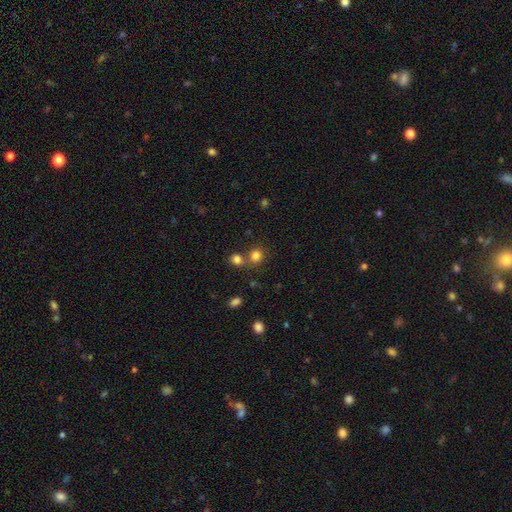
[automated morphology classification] smooth-or-featured: smooth: 81% | star or artifact: 14% | featured or disk: 6%
  how-rounded: round: 79% | in between: 20% | cigar-shaped: 1%
  merging: none: 63% | merger: 27% | minor disturbance: 8% | major disturbance: 3%